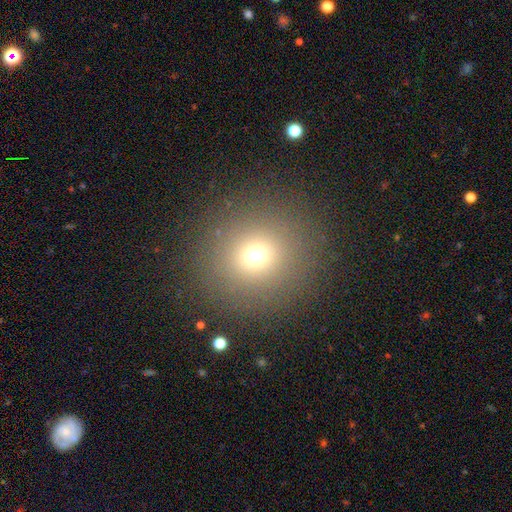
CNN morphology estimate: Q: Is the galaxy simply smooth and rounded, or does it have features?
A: smooth — 69%.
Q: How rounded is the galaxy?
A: round — 92%.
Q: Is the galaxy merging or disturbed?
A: none — 88%.